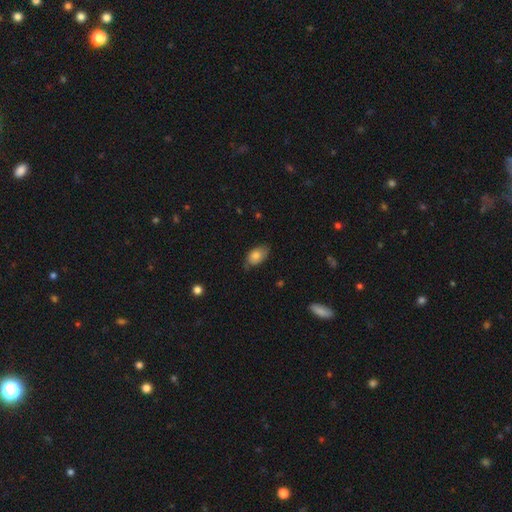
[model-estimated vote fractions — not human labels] Overall: smooth (74%). How rounded: in between (90%). Merging: none (63%; minor disturbance 30%).